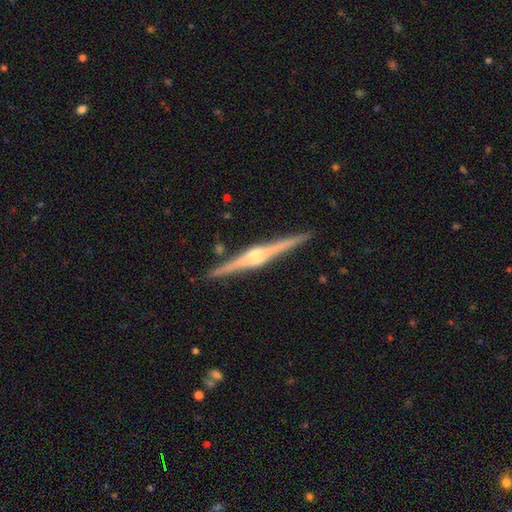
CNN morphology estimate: This is clearly a featured or disk galaxy (86%). It is clearly viewed edge-on (99%). Edge-on bulge: likely rounded (79%). Merging: clearly none (91%).